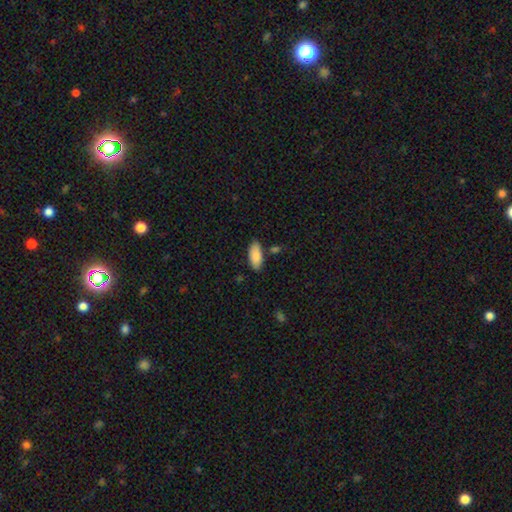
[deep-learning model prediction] The model was most divided on "merging": none: 81%, minor disturbance: 12%, merger: 5%, major disturbance: 3%. More confident: how rounded — in between (89%); smooth or featured — smooth (87%).